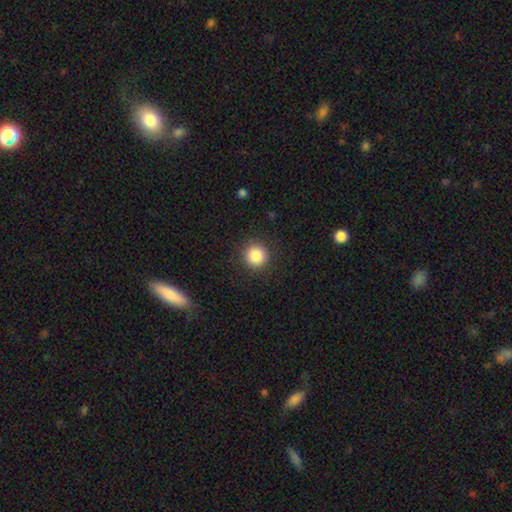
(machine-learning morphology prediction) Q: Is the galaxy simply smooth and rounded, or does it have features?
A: smooth — 86%.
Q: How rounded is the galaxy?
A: round — 95%.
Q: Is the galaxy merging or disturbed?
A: none — 91%.